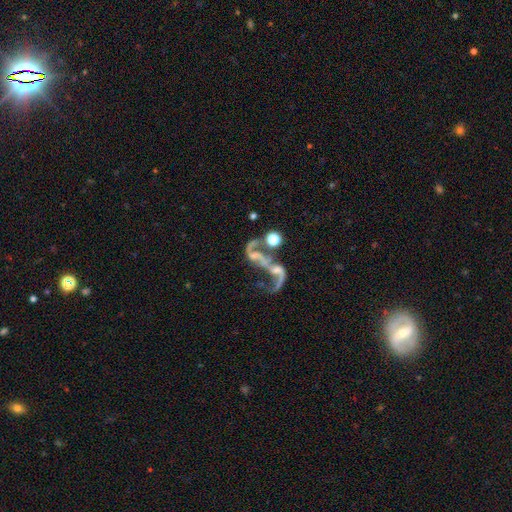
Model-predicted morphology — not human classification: smooth-or-featured: featured or disk: 74% | smooth: 13% | star or artifact: 13%
  disk-edge-on: no: 96% | yes: 4%
    bar: no: 57% | weak: 29% | strong: 14%
    has-spiral-arms: yes: 71% | no: 29%
      spiral-winding: loose: 85% | medium: 12% | tight: 3%
      spiral-arm-count: 2: 70% | 1: 19% | can't tell: 6% | 3: 2% | 4: 1% | more than 4: 1%
    bulge-size: none: 46% | small: 31% | moderate: 18% | large: 3% | dominant: 2%
  merging: merger: 47% | major disturbance: 28% | none: 17% | minor disturbance: 8%